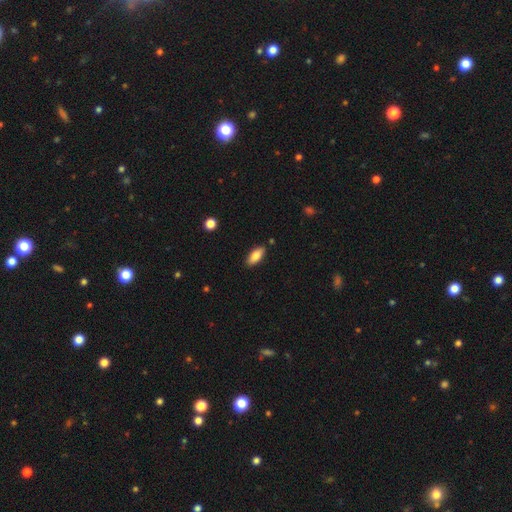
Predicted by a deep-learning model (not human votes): This is clearly a smooth galaxy (84%). How rounded: clearly in between (86%). Merging: clearly none (86%).